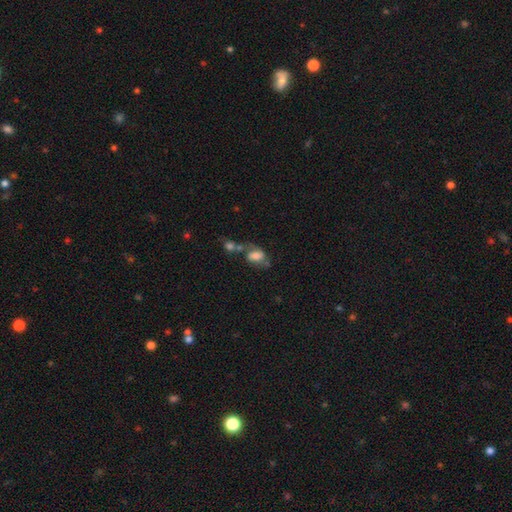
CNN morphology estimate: Overall: smooth (61%; featured or disk 28%). How rounded: in between (82%). Merging: merger (35%; none 29%).